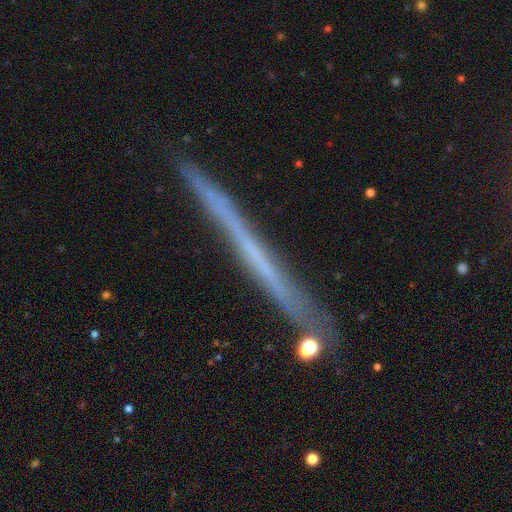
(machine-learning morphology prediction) smooth_or_featured: featured or disk (p=0.62) [alt: smooth p=0.28]
disk_edge_on: yes (p=0.96) [alt: no p=0.04]
edge_on_bulge: none (p=0.87) [alt: rounded p=0.08]
merging: none (p=0.86) [alt: minor disturbance p=0.10]